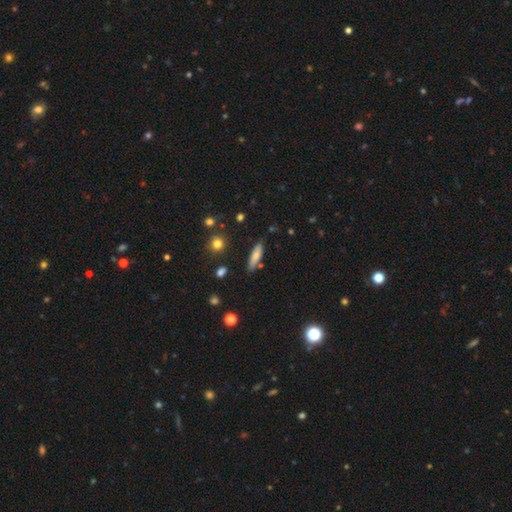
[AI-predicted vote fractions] Smooth or featured?
  - smooth: 73% *
  - featured or disk: 19%
  - star or artifact: 8%
How rounded?
  - cigar-shaped: 60% *
  - in between: 38%
  - round: 2%
Merging?
  - none: 80% *
  - minor disturbance: 13%
  - merger: 4%
  - major disturbance: 3%